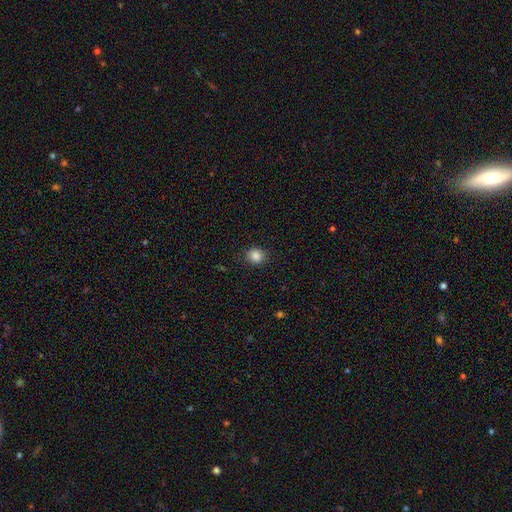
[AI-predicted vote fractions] smooth_or_featured: smooth (p=0.85) [alt: star or artifact p=0.10]
how_rounded: round (p=0.83) [alt: in between p=0.16]
merging: none (p=0.90) [alt: minor disturbance p=0.07]